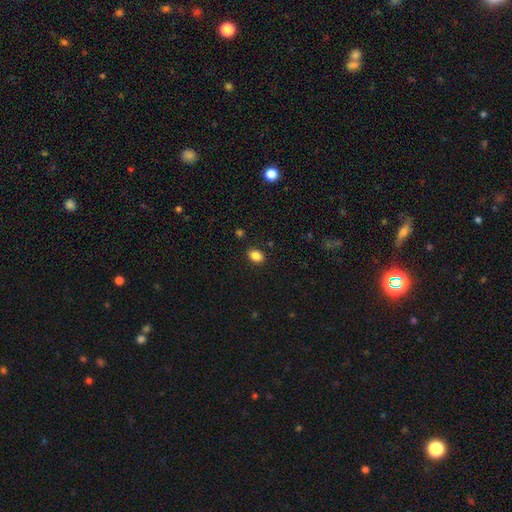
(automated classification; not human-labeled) smooth_or_featured: smooth (p=0.85) [alt: star or artifact p=0.10]
how_rounded: in between (p=0.75) [alt: round p=0.24]
merging: none (p=0.88) [alt: minor disturbance p=0.08]